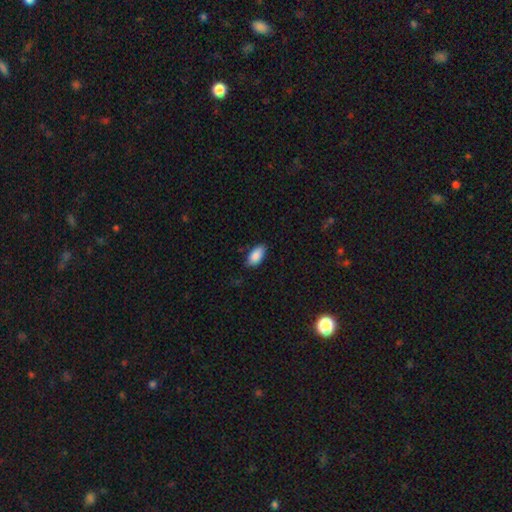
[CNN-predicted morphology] Q: Smooth or featured?
A: smooth (89%); runner-up: star or artifact (7%)
Q: How rounded?
A: in between (93%); runner-up: cigar-shaped (4%)
Q: Merging?
A: none (80%); runner-up: minor disturbance (16%)